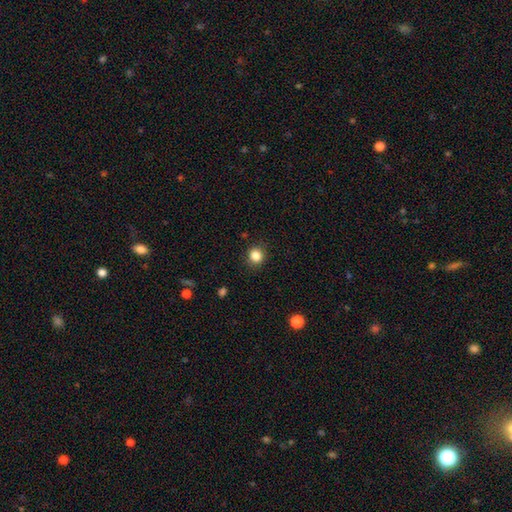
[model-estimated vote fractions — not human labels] Overall: smooth (84%). How rounded: round (86%). Merging: none (89%).